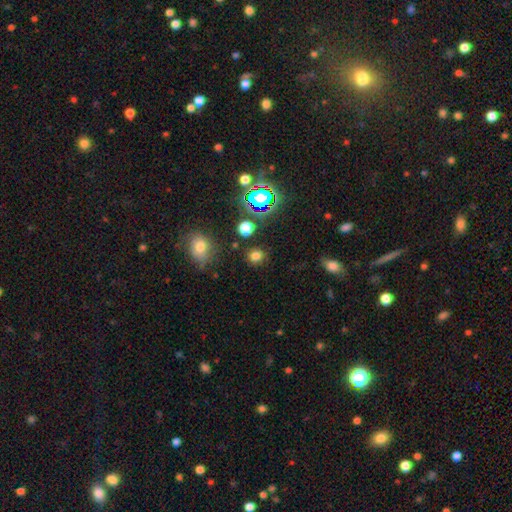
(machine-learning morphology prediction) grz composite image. It shows a smooth galaxy with no disk features (72%) that is round (82%). Merging: none (84%).